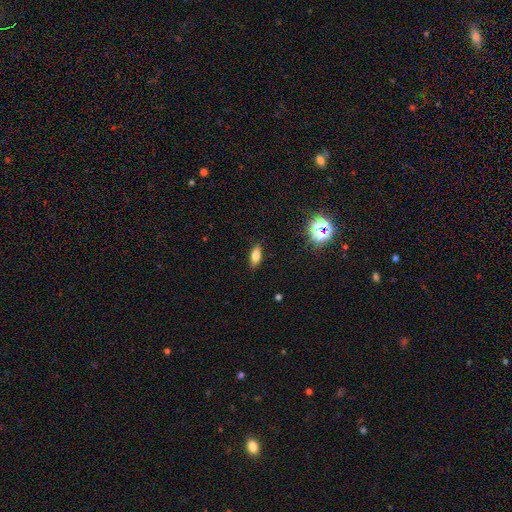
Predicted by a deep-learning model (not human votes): A smooth galaxy with no disk features (72%) that is in between round and cigar-shaped (77%).

Vote fractions:
- Smooth or featured? smooth: 72% / featured or disk: 16% / star or artifact: 12%
- How rounded? in between: 77% / cigar-shaped: 18% / round: 5%
- Merging? none: 88% / minor disturbance: 9% / major disturbance: 2% / merger: 1%